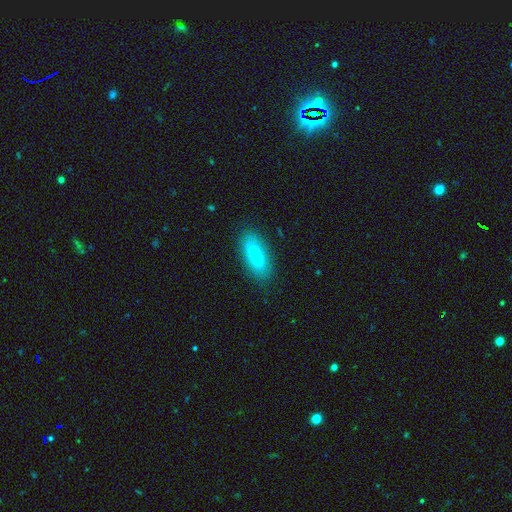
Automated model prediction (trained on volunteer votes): This appears to be a smooth galaxy with no disk features (84%) that is in between round and cigar-shaped (63%). Merging: none (80%).